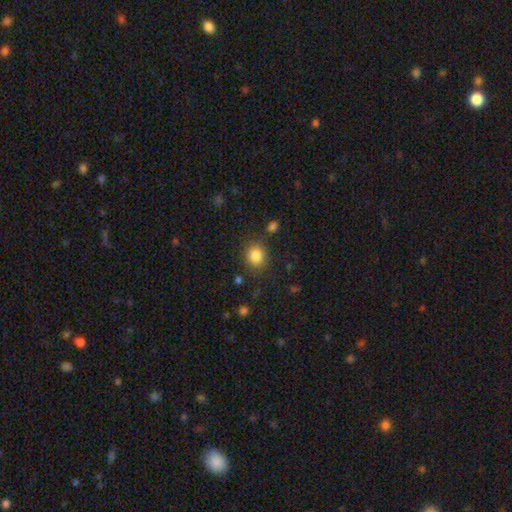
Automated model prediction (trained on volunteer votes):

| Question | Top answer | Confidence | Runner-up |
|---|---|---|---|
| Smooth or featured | smooth | 84% | star or artifact (11%) |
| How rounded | round | 76% | in between (23%) |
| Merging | none | 81% | minor disturbance (11%) |